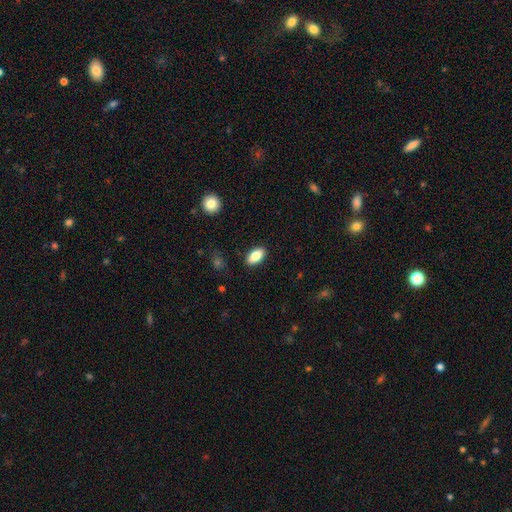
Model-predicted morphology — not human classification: Smooth or featured? smooth (83%)
How rounded? in between (91%)
Merging? none (89%)